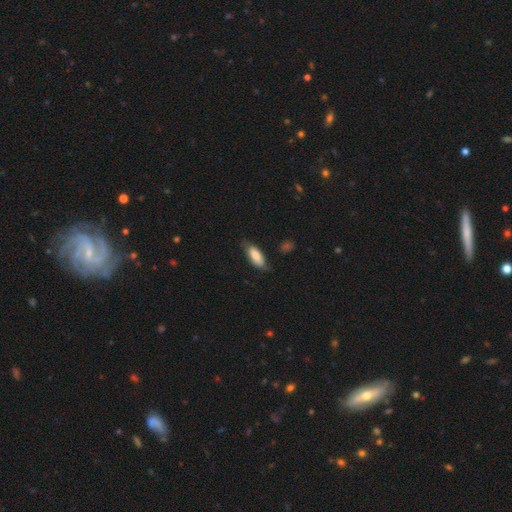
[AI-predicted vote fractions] A smooth galaxy with no disk features (82%) that is in between round and cigar-shaped (77%). Merging: none (71%).